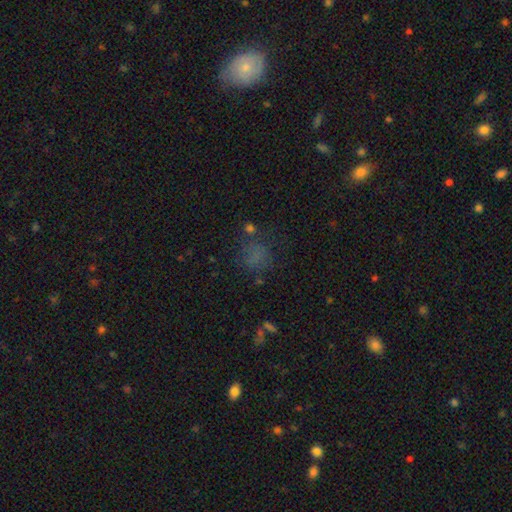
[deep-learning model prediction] Smooth or featured: smooth — 61% (star or artifact — 26%)
How rounded: round — 67% (in between — 32%)
Merging: none — 56% (minor disturbance — 19%)